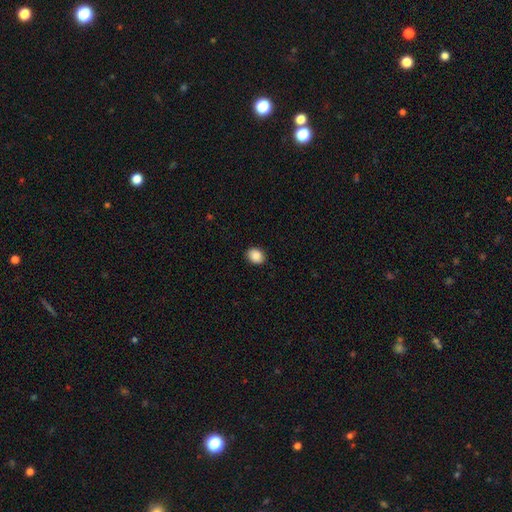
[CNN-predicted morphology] The model was most divided on "how rounded": in between: 53%, round: 46%, cigar-shaped: 1%. More confident: merging — none (90%); smooth or featured — smooth (89%).